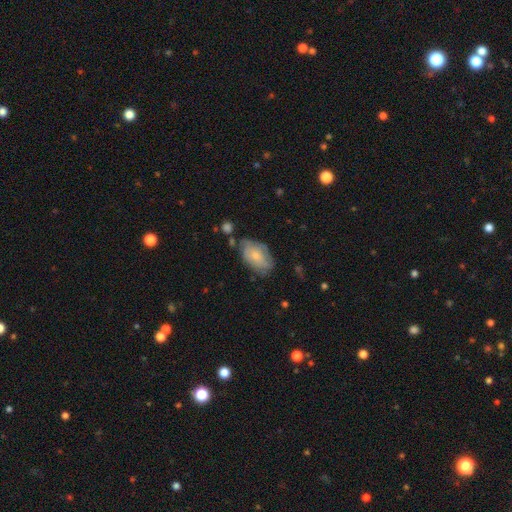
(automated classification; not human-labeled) Q: Smooth or featured?
A: smooth (62%); runner-up: featured or disk (31%)
Q: How rounded?
A: in between (91%); runner-up: round (7%)
Q: Merging?
A: none (56%); runner-up: minor disturbance (30%)